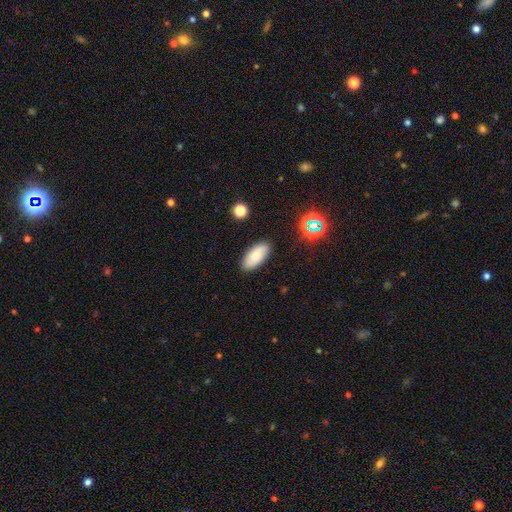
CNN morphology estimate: smooth_or_featured: smooth (p=0.79) [alt: featured or disk p=0.12]
how_rounded: in between (p=0.88) [alt: cigar-shaped p=0.10]
merging: none (p=0.87) [alt: minor disturbance p=0.10]